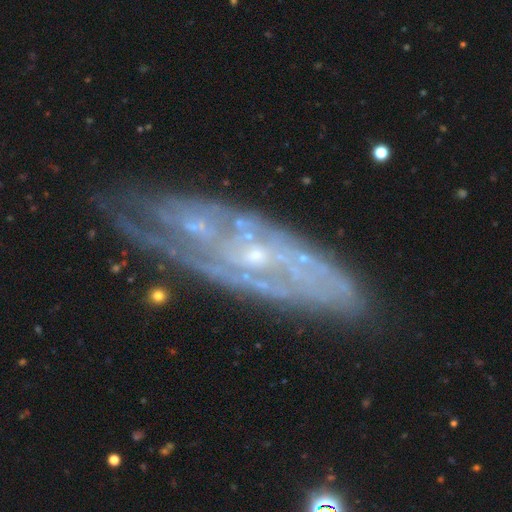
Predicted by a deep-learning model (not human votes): smooth_or_featured: featured or disk (p=0.80) [alt: smooth p=0.12]
disk_edge_on: no (p=0.81) [alt: yes p=0.19]
bar: no (p=0.74) [alt: weak p=0.20]
has_spiral_arms: yes (p=0.77) [alt: no p=0.23]
bulge_size: small (p=0.77) [alt: moderate p=0.15]
merging: none (p=0.65) [alt: minor disturbance p=0.21]